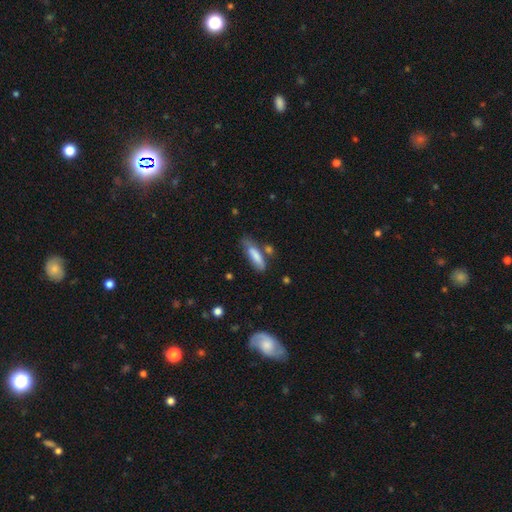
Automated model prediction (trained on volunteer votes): smooth_or_featured: smooth (p=0.77) [alt: featured or disk p=0.17]
how_rounded: cigar-shaped (p=0.62) [alt: in between p=0.36]
merging: none (p=0.57) [alt: minor disturbance p=0.26]